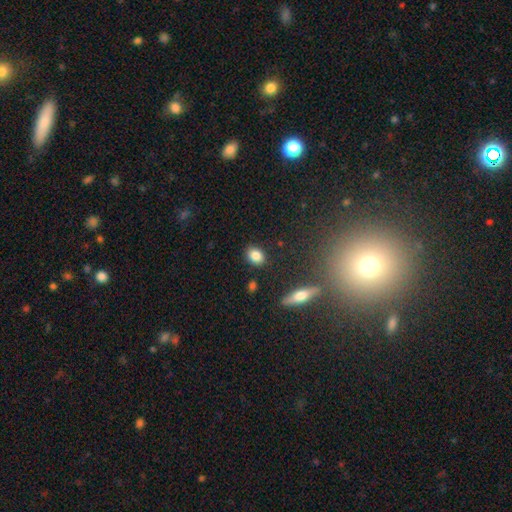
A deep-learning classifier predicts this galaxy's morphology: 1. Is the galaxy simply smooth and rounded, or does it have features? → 84% smooth, 8% star or artifact, 7% featured or disk.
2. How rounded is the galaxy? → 63% in between, 34% round, 2% cigar-shaped.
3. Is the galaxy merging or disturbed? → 86% none, 9% minor disturbance, 2% major disturbance, 2% merger.